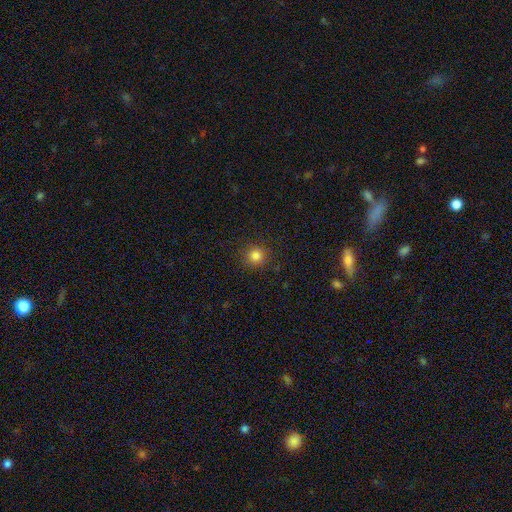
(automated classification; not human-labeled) Smooth or featured? Predicted: smooth (p=0.82). How rounded? Predicted: round (p=0.92). Merging? Predicted: none (p=0.89).